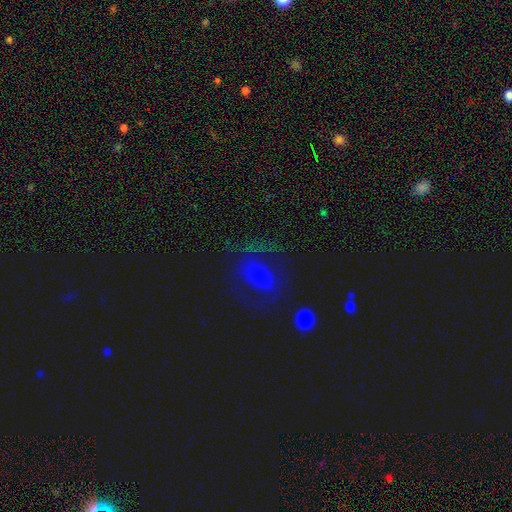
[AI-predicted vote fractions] Overall: featured or disk (45%; smooth 35%). Merging: none (54%; major disturbance 24%).